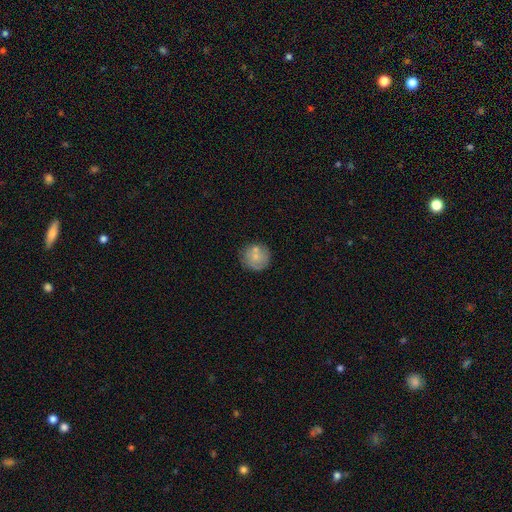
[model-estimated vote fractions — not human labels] Smooth or featured?
  - smooth: 70% *
  - featured or disk: 22%
  - star or artifact: 7%
How rounded?
  - round: 92% *
  - in between: 7%
  - cigar-shaped: 1%
Merging?
  - none: 68% *
  - minor disturbance: 16%
  - merger: 12%
  - major disturbance: 5%